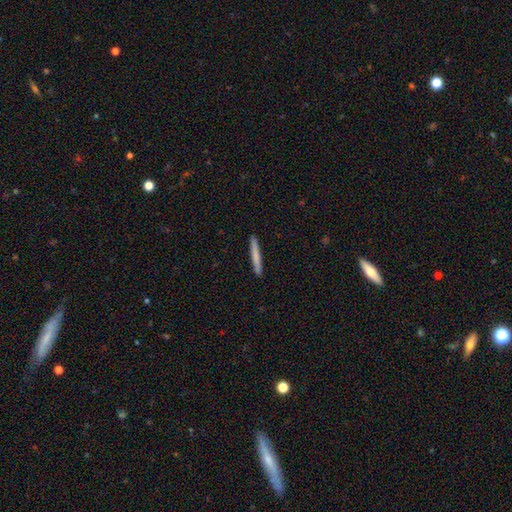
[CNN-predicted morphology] This appears to be a smooth galaxy with no disk features (74%) that is cigar-shaped (96%). Merging: none (91%).